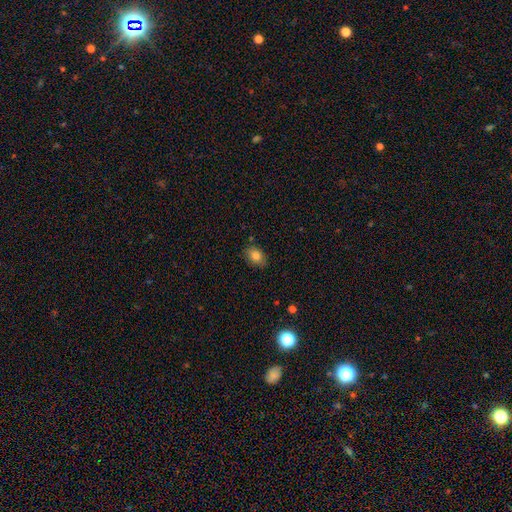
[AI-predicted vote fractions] This appears to be a smooth galaxy with no disk features (82%) that is in between round and cigar-shaped (73%). Merging: none (82%).